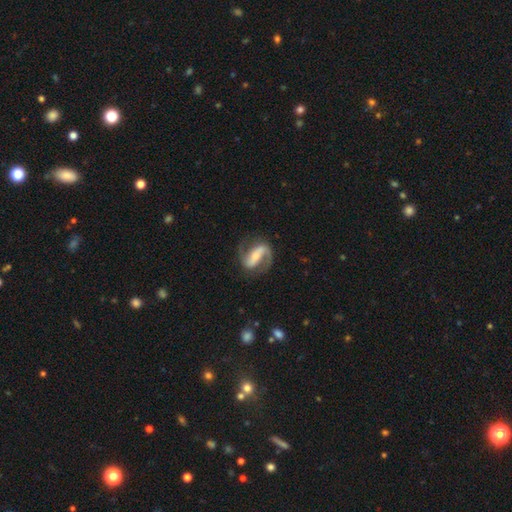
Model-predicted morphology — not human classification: featured or disk 86%, smooth 9%, star or artifact 5%. Down the decision tree: edge-on disk — no (96%); bar — strong (63%); spiral arms — yes (95%); spiral arm count — 2 (89%); spiral winding — medium (50%); bulge size — small (48%); merging — none (77%).